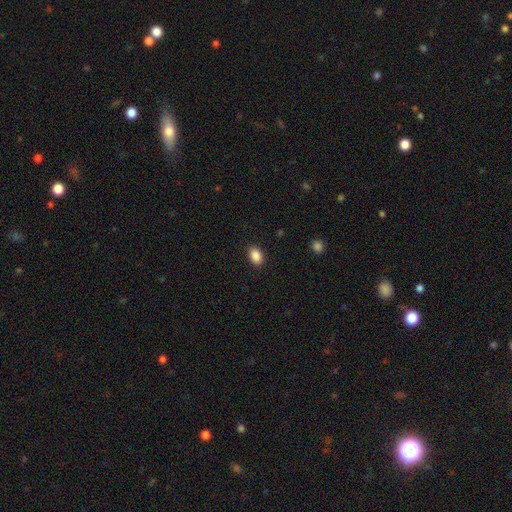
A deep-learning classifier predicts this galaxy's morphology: A smooth galaxy with no disk features (89%) that is in between round and cigar-shaped (85%).

Vote fractions:
- Smooth or featured? smooth: 89% / star or artifact: 8% / featured or disk: 3%
- How rounded? in between: 85% / round: 14% / cigar-shaped: 1%
- Merging? none: 89% / minor disturbance: 8% / major disturbance: 2% / merger: 1%